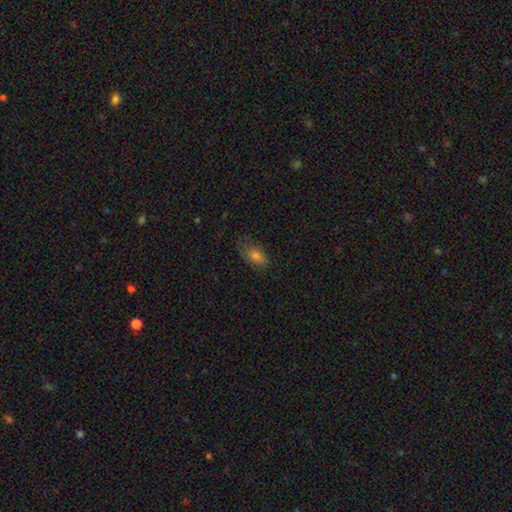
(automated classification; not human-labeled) Smooth or featured?
  - smooth: 70% *
  - featured or disk: 18%
  - star or artifact: 12%
How rounded?
  - in between: 85% *
  - round: 10%
  - cigar-shaped: 5%
Merging?
  - none: 64% *
  - minor disturbance: 25%
  - major disturbance: 10%
  - merger: 1%